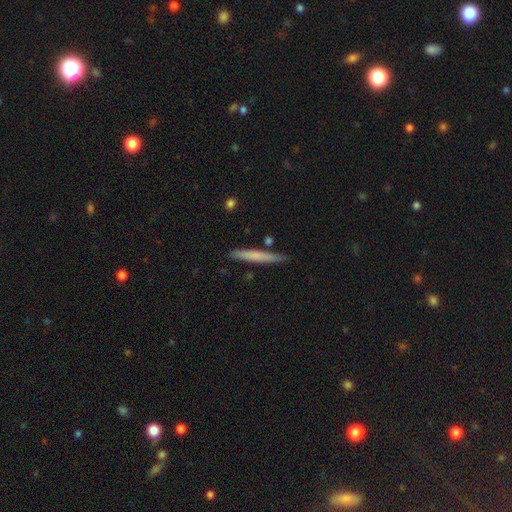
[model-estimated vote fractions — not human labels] A smooth galaxy with no disk features (64%) that is cigar-shaped (96%). Merging: none (85%).